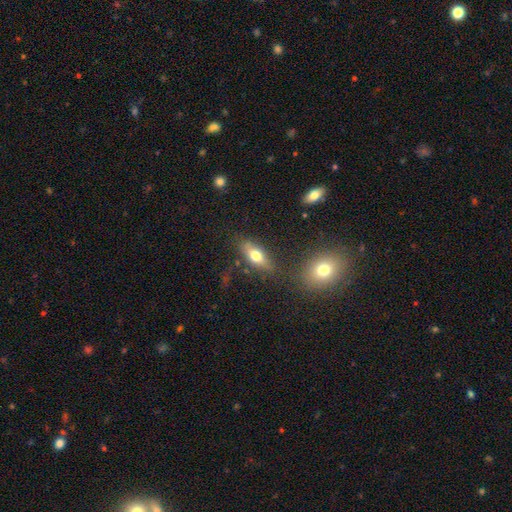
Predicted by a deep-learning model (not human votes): Smooth or featured?
  - smooth: 66% *
  - featured or disk: 26%
  - star or artifact: 9%
How rounded?
  - in between: 72% *
  - cigar-shaped: 22%
  - round: 6%
Merging?
  - none: 75% *
  - minor disturbance: 15%
  - merger: 6%
  - major disturbance: 5%